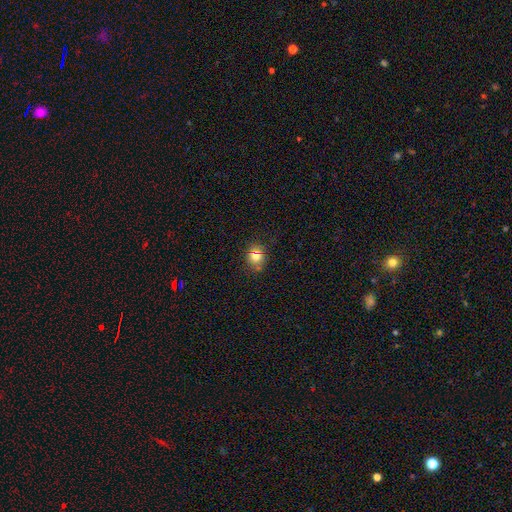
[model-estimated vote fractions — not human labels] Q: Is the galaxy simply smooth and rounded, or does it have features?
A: smooth — 73%.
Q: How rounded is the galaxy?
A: round — 72%.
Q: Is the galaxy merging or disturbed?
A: none — 77%.